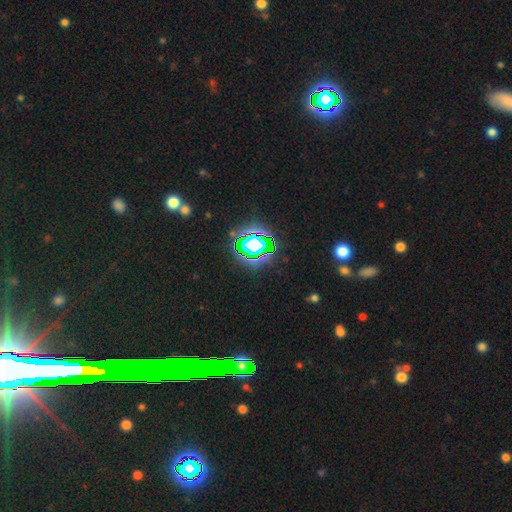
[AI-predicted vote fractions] A star or artifact, not a galaxy (72%).

Vote fractions:
- Smooth or featured? star or artifact: 72% / smooth: 16% / featured or disk: 12%